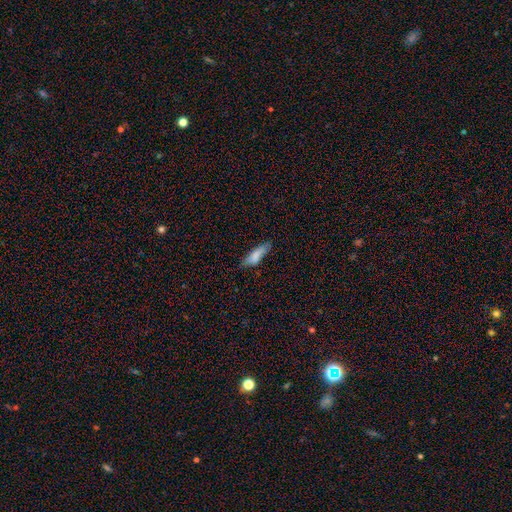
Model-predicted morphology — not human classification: Smooth or featured: smooth — 79% (featured or disk — 13%)
How rounded: cigar-shaped — 53% (in between — 46%)
Merging: none — 64% (minor disturbance — 27%)